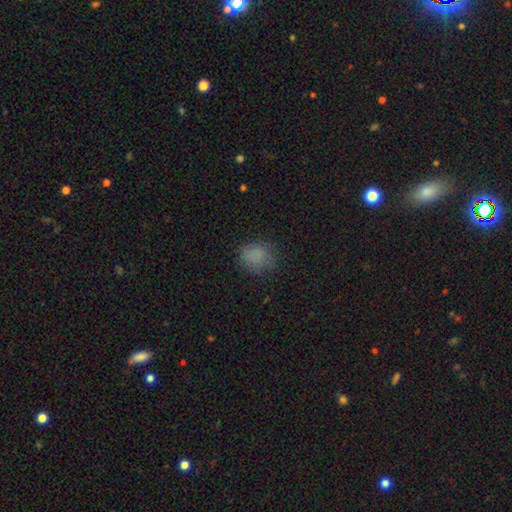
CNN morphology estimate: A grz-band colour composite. It shows a smooth galaxy with no disk features (80%) that is round (64%). Merging: none (71%).